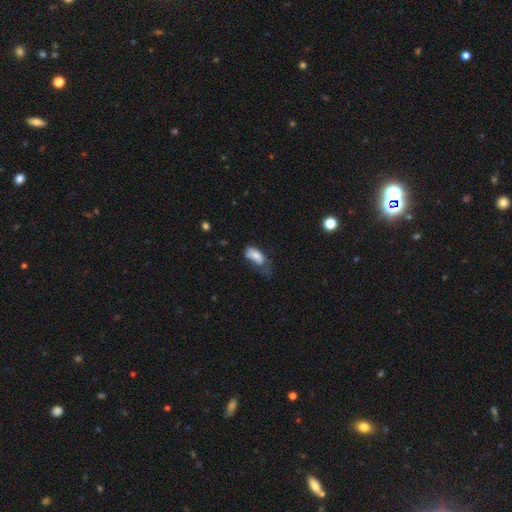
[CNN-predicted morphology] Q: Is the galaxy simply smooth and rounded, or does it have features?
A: smooth — 78%.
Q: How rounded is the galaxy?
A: in between — 87%.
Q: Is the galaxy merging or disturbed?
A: major disturbance — 43%.